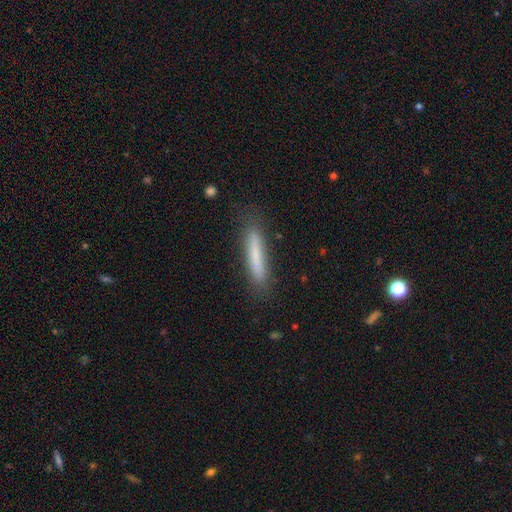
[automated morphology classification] Q: Smooth or featured?
A: smooth (72%); runner-up: featured or disk (21%)
Q: How rounded?
A: cigar-shaped (91%); runner-up: in between (7%)
Q: Merging?
A: none (83%); runner-up: minor disturbance (12%)